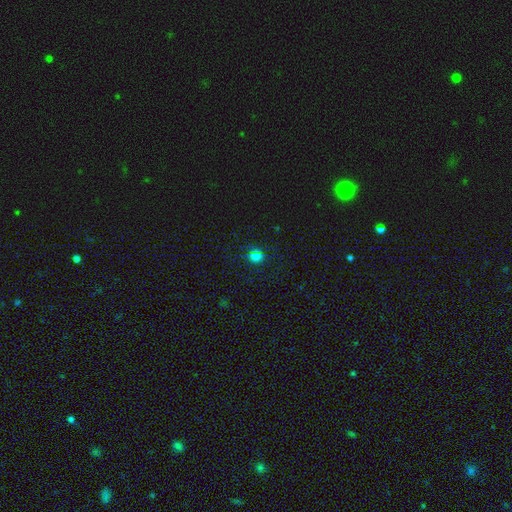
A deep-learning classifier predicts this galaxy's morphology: smooth 55%, star or artifact 38%, featured or disk 6%. Down the decision tree: how rounded — round (75%); merging — none (75%).